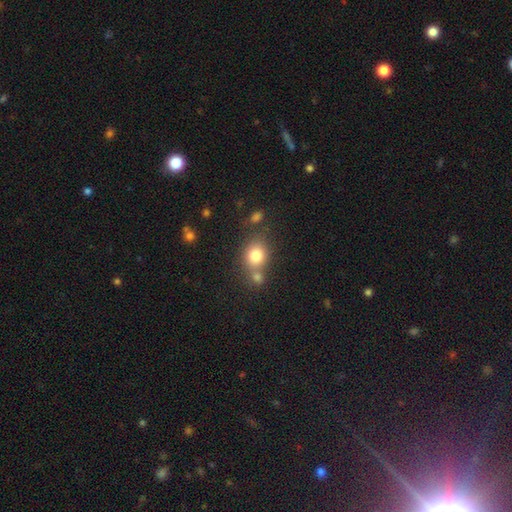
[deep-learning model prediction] Overall: smooth (79%). How rounded: round (65%; in between 34%). Merging: none (52%; merger 32%).